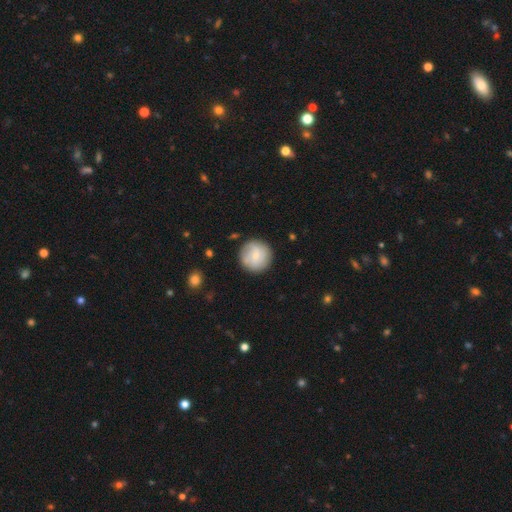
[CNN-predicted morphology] Q: Smooth or featured?
A: smooth (67%); runner-up: featured or disk (26%)
Q: How rounded?
A: round (95%); runner-up: in between (4%)
Q: Merging?
A: none (85%); runner-up: minor disturbance (11%)